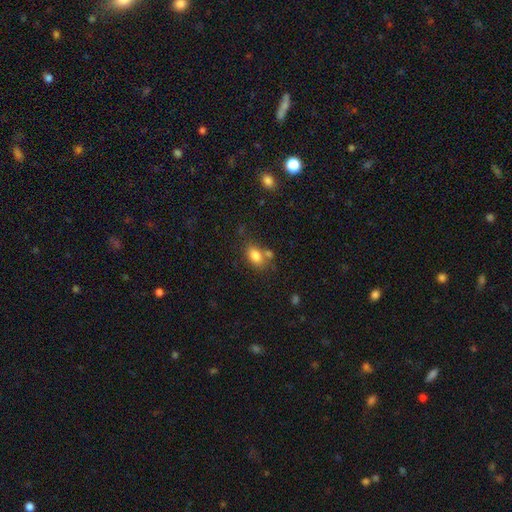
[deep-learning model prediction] This appears to be a smooth galaxy with no disk features (81%) that is in between round and cigar-shaped (86%). Merging: none (57%).